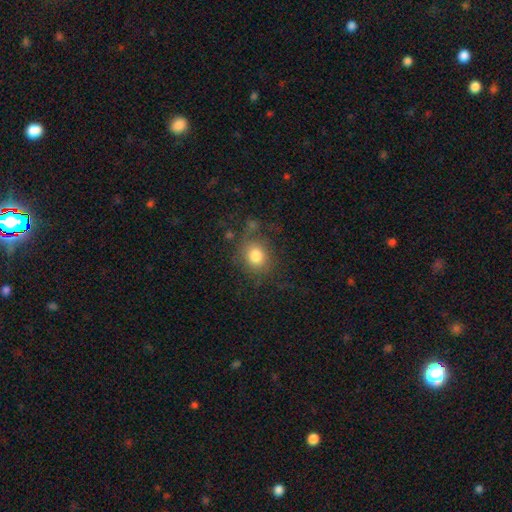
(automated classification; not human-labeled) Morphology: type=smooth (80%); roundness=round (73%); merging=none (69%).